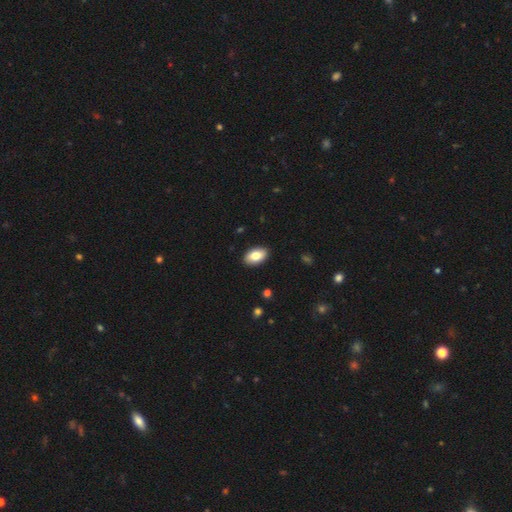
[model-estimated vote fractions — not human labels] Q: Smooth or featured?
A: smooth (83%); runner-up: featured or disk (11%)
Q: How rounded?
A: in between (94%); runner-up: round (5%)
Q: Merging?
A: none (90%); runner-up: minor disturbance (7%)